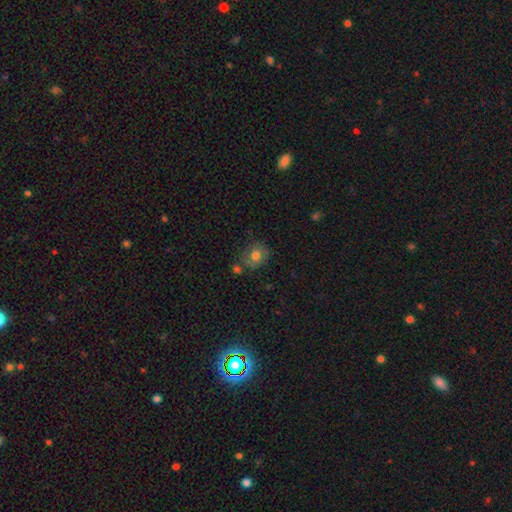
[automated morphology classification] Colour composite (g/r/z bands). It shows a smooth galaxy with no disk features (73%) that is round (69%). Merging: none (67%).